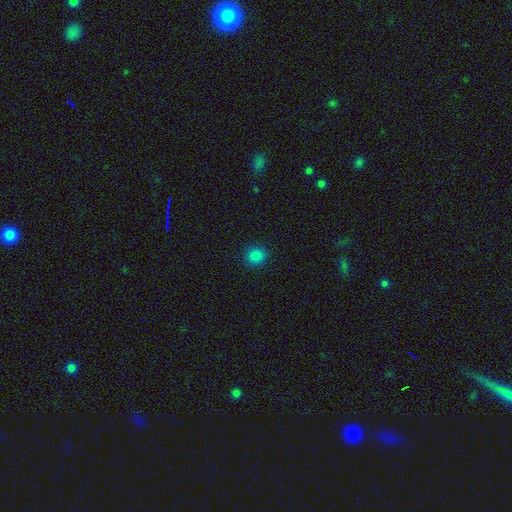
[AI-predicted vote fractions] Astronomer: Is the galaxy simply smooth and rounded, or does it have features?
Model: smooth — 84%.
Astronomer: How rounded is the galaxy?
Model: round — 86%.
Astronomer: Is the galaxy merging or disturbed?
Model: none — 91%.